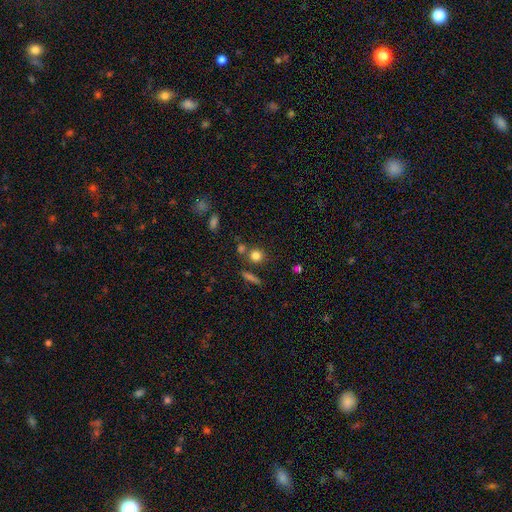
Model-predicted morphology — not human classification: smooth_or_featured: smooth (p=0.80) [alt: star or artifact p=0.12]
how_rounded: round (p=0.84) [alt: in between p=0.13]
merging: none (p=0.69) [alt: merger p=0.17]